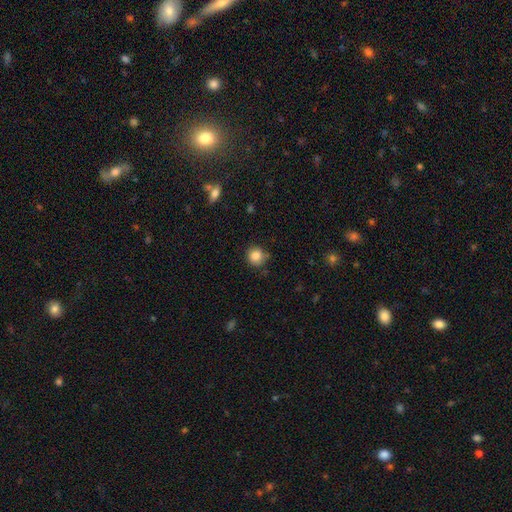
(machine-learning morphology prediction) Q: Smooth or featured?
A: smooth (84%); runner-up: star or artifact (10%)
Q: How rounded?
A: round (90%); runner-up: in between (9%)
Q: Merging?
A: none (76%); runner-up: minor disturbance (18%)